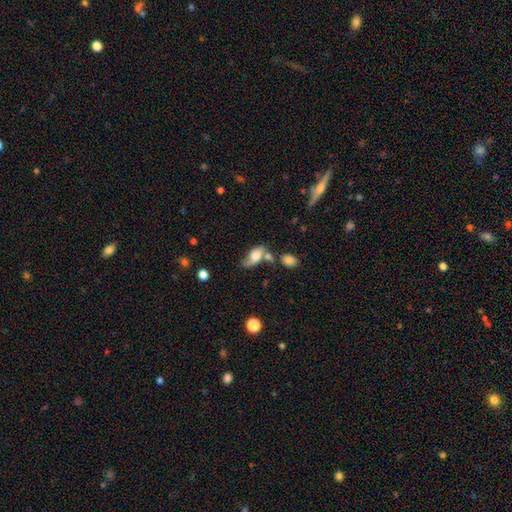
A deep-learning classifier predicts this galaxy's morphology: Overall: smooth (49%; featured or disk 42%). Merging: none (33%; merger 25%).